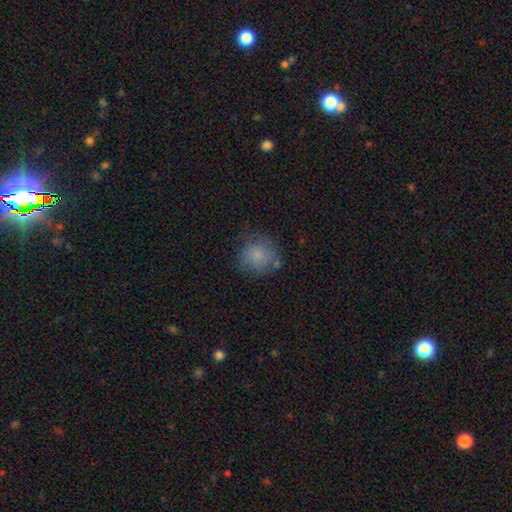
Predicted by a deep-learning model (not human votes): Smooth or featured: smooth — 78% (featured or disk — 12%)
How rounded: round — 90% (in between — 9%)
Merging: none — 68% (minor disturbance — 19%)